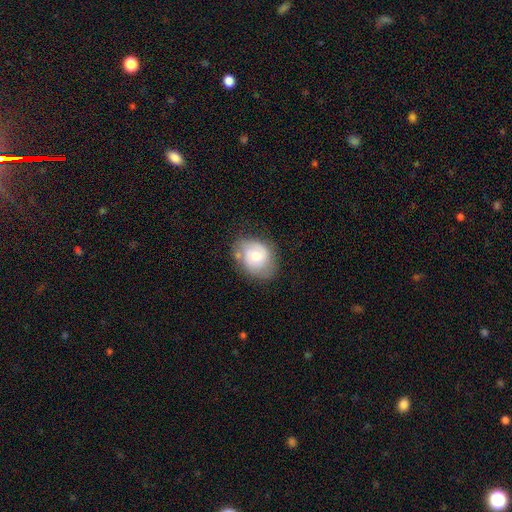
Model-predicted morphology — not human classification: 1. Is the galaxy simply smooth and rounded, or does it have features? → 53% smooth, 40% featured or disk, 8% star or artifact.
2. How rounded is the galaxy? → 52% round, 48% in between, 1% cigar-shaped.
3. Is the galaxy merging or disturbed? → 59% none, 27% minor disturbance, 9% major disturbance, 5% merger.